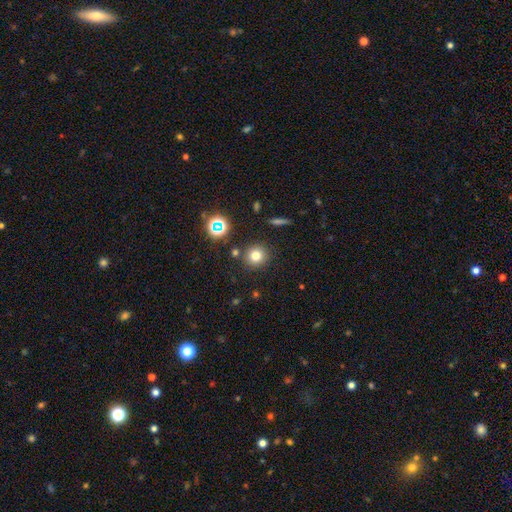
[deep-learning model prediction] A smooth galaxy with no disk features (75%) that is round (92%).

Vote fractions:
- Smooth or featured? smooth: 75% / star or artifact: 17% / featured or disk: 8%
- How rounded? round: 92% / in between: 7% / cigar-shaped: 1%
- Merging? none: 85% / minor disturbance: 7% / merger: 5% / major disturbance: 3%